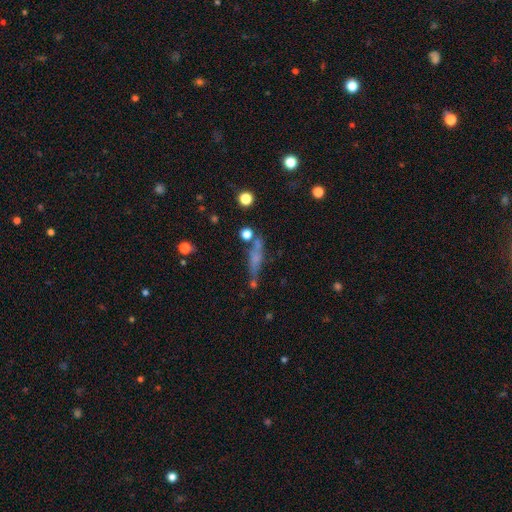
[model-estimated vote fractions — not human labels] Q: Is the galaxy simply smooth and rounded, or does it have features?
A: smooth — 43%.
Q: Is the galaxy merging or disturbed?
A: none — 67%.